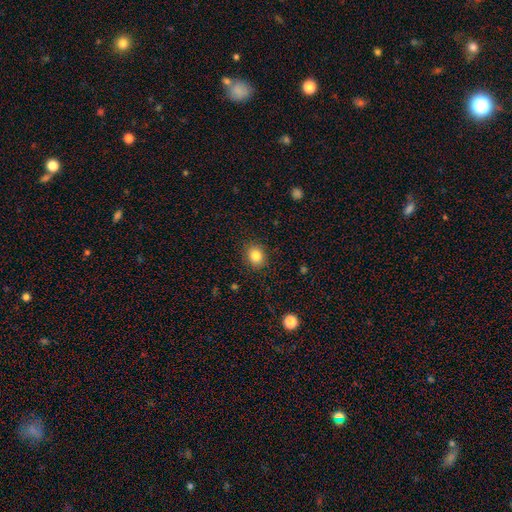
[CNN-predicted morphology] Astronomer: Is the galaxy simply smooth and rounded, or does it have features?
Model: smooth — 83%.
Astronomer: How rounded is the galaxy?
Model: round — 60% (runner-up: in between, 39%).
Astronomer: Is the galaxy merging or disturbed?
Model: none — 89%.